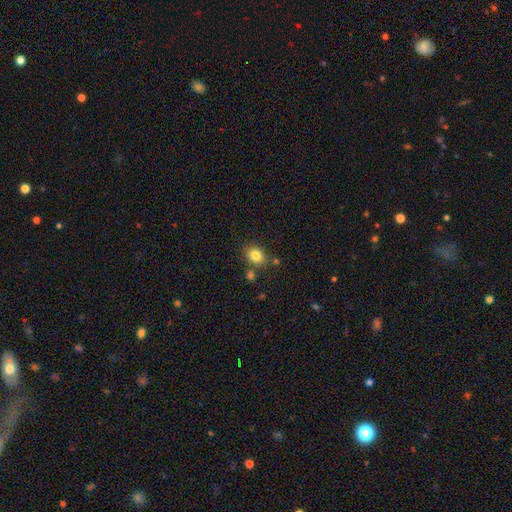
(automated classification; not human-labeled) Smooth or featured: smooth — 83% (star or artifact — 10%)
How rounded: in between — 59% (round — 40%)
Merging: none — 73% (minor disturbance — 14%)